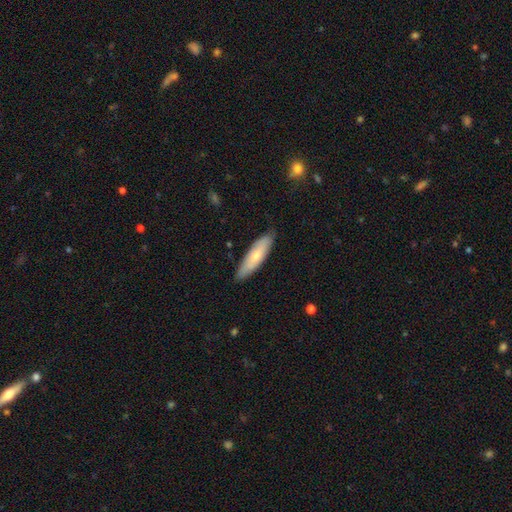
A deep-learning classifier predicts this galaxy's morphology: type=smooth (61%); roundness=cigar-shaped (61%); merging=none (83%).